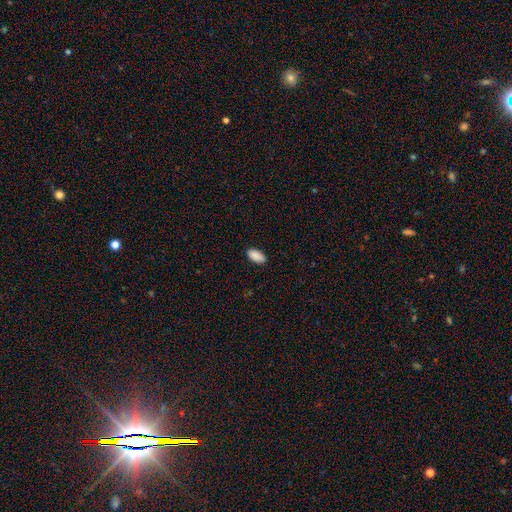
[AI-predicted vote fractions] A smooth galaxy with no disk features (90%) that is in between round and cigar-shaped (95%). Merging: none (86%).